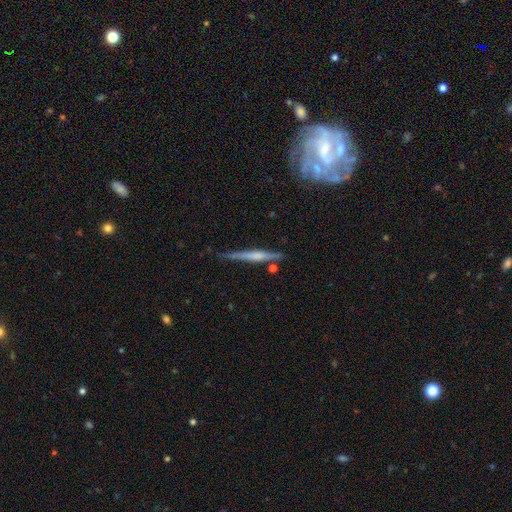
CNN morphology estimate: Smooth or featured: featured or disk — 65% (smooth — 29%)
Edge-on disk: yes — 97% (no — 3%)
Edge-on bulge: rounded — 46% (none — 32%)
Merging: none — 78% (minor disturbance — 15%)